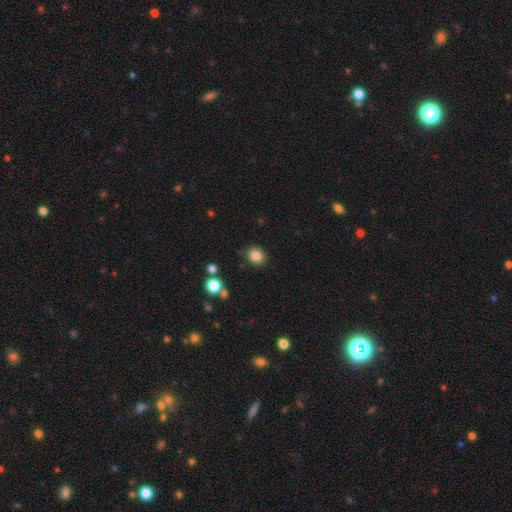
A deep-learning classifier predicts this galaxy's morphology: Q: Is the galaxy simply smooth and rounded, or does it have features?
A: smooth — 84%.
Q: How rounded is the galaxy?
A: round — 74%.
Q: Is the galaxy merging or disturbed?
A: none — 88%.